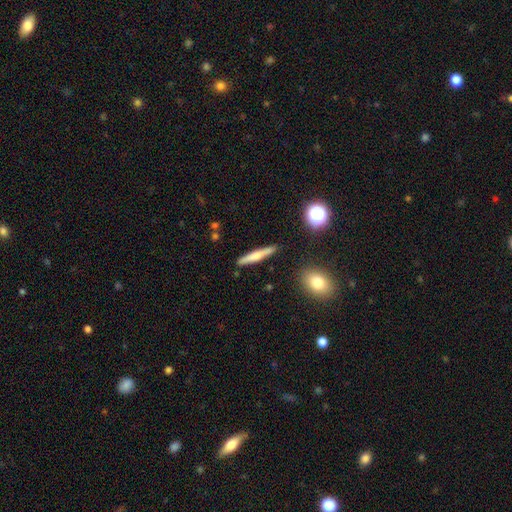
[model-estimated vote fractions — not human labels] This appears to be a smooth galaxy with no disk features (51%) that is cigar-shaped (91%). Merging: none (88%).